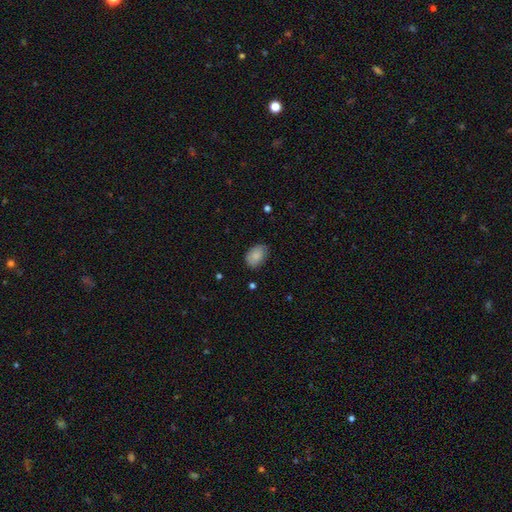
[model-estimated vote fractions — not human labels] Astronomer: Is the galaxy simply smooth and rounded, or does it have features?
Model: smooth — 86%.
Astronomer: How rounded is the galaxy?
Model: in between — 87%.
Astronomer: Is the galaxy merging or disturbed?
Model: none — 78%.